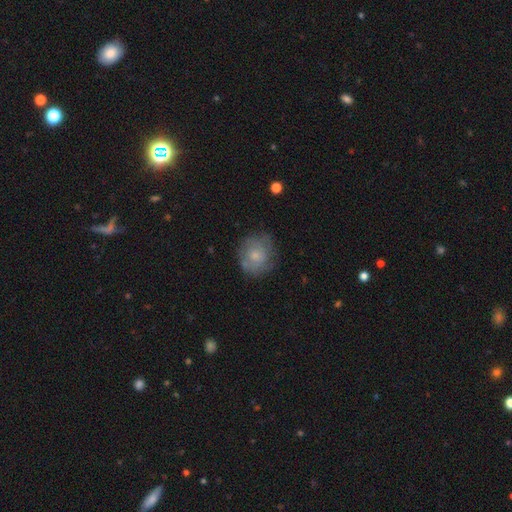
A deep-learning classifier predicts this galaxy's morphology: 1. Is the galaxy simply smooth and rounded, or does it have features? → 58% smooth, 34% featured or disk, 8% star or artifact.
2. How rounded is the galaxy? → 78% round, 21% in between, 1% cigar-shaped.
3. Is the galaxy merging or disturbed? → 67% none, 22% minor disturbance, 8% major disturbance, 2% merger.